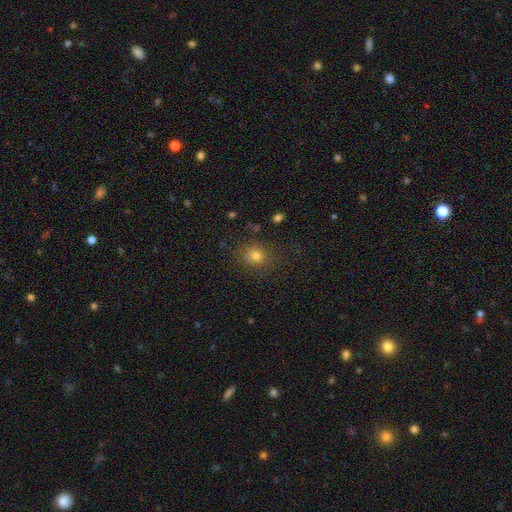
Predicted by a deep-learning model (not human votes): Smooth or featured? Predicted: smooth (p=0.75). How rounded? Predicted: round (p=0.75). Merging? Predicted: none (p=0.83).